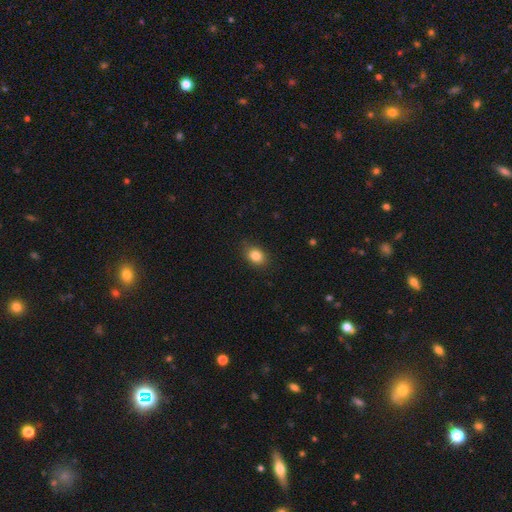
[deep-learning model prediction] Smooth or featured?
  - smooth: 84% *
  - star or artifact: 10%
  - featured or disk: 6%
How rounded?
  - in between: 61% *
  - round: 37%
  - cigar-shaped: 1%
Merging?
  - none: 84% *
  - minor disturbance: 13%
  - major disturbance: 3%
  - merger: 1%